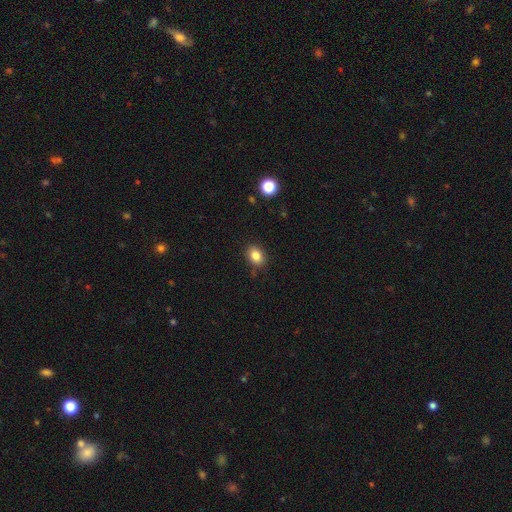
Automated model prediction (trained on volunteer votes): The model was most divided on "how rounded": in between: 67%, round: 32%, cigar-shaped: 1%. More confident: merging — none (85%); smooth or featured — smooth (84%).